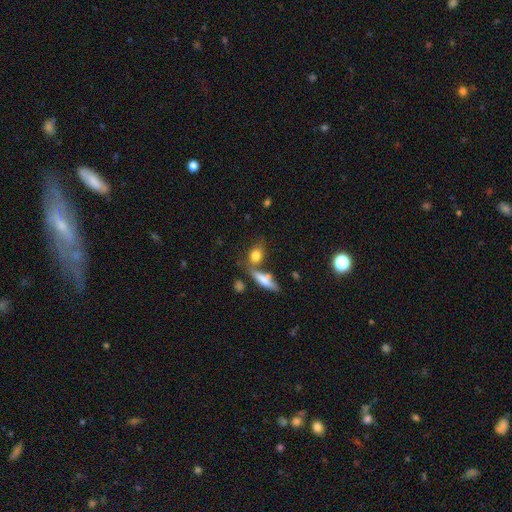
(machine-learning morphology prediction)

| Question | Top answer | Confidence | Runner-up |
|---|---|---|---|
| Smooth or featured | smooth | 77% | featured or disk (14%) |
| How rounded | in between | 60% | round (29%) |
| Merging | none | 57% | merger (23%) |